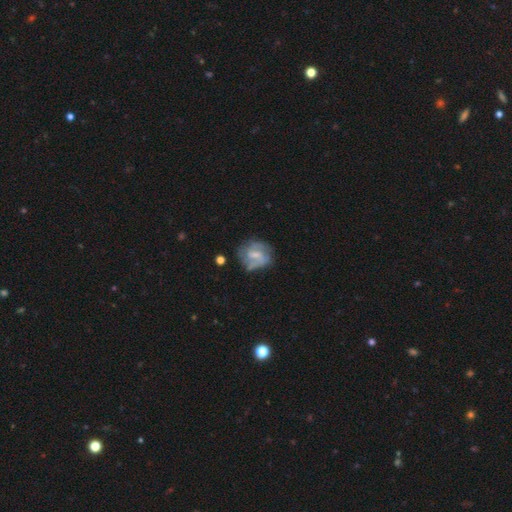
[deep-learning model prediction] smooth_or_featured: featured or disk (p=0.61) [alt: smooth p=0.32]
disk_edge_on: no (p=0.97) [alt: yes p=0.03]
bar: weak (p=0.50) [alt: no p=0.36]
has_spiral_arms: yes (p=0.69) [alt: no p=0.31]
bulge_size: small (p=0.44) [alt: moderate p=0.36]
merging: none (p=0.55) [alt: minor disturbance p=0.26]